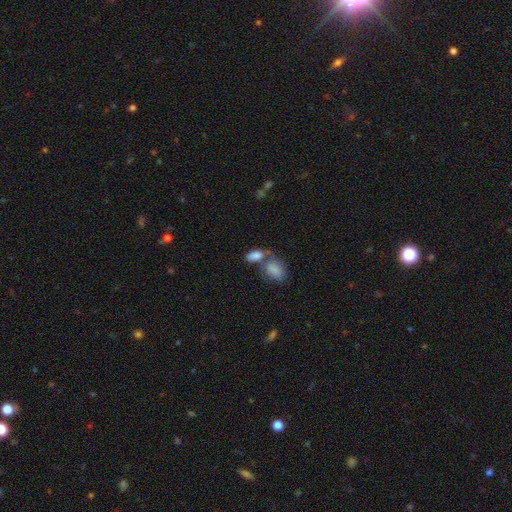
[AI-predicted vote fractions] Overall: smooth (83%). How rounded: in between (91%). Merging: merger (50%; none 34%).